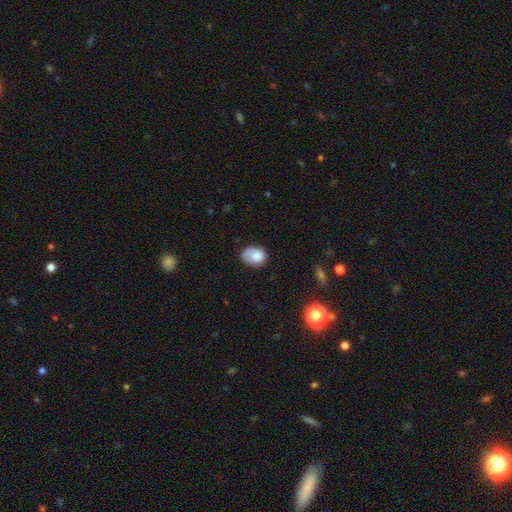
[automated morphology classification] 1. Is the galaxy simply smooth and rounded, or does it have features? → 78% smooth, 14% featured or disk, 7% star or artifact.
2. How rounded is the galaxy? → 59% in between, 40% round, 1% cigar-shaped.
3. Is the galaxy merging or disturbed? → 61% none, 26% minor disturbance, 10% major disturbance, 2% merger.